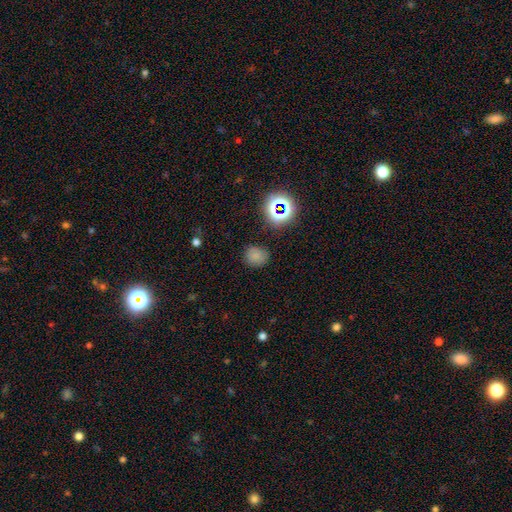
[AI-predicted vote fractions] smooth-or-featured: smooth: 72% | star or artifact: 21% | featured or disk: 7%
  how-rounded: round: 77% | in between: 22% | cigar-shaped: 1%
  merging: none: 81% | minor disturbance: 13% | major disturbance: 4% | merger: 2%